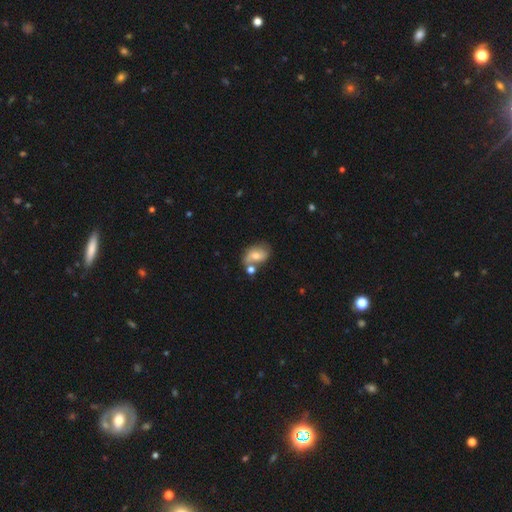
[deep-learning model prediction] A smooth galaxy with no disk features (55%) that is in between round and cigar-shaped (77%). Merging: none (44%).